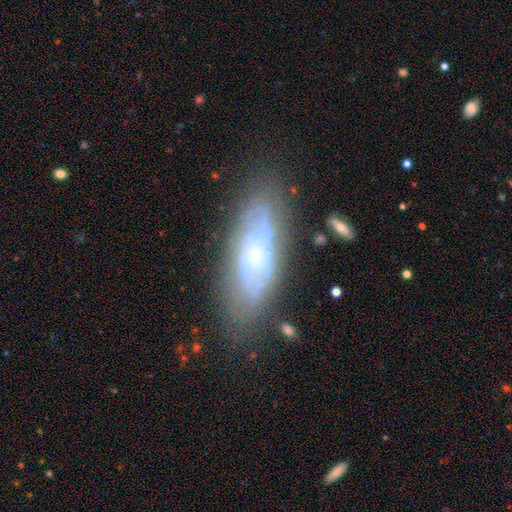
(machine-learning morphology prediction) type=featured or disk (70%); edge-on=no (84%); bar=no (76%); spiral arms=yes (78%); bulge=small (76%); merging=none (75%).